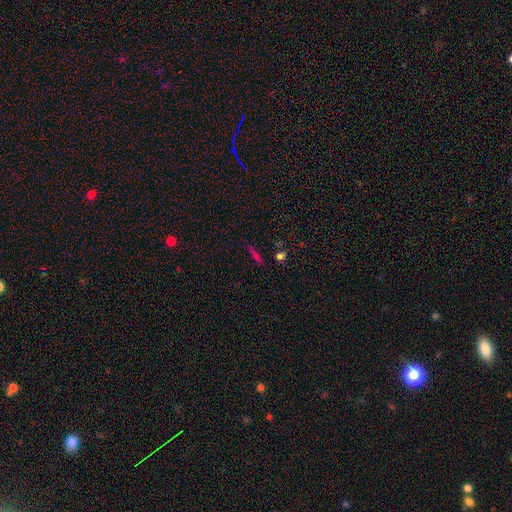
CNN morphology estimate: Smooth or featured: smooth — 59% (star or artifact — 25%)
How rounded: cigar-shaped — 77% (in between — 16%)
Merging: none — 83% (minor disturbance — 10%)